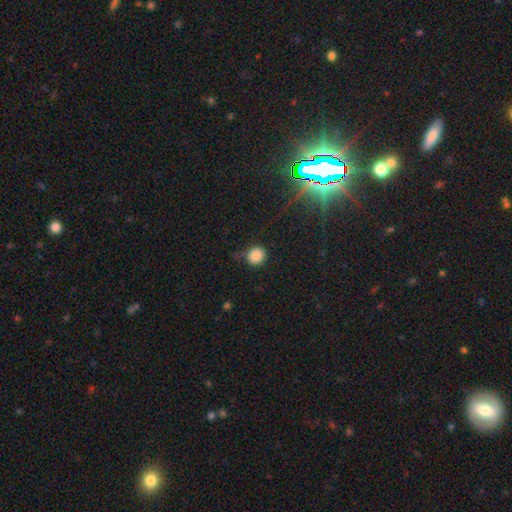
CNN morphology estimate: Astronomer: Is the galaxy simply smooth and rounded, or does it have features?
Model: smooth — 84%.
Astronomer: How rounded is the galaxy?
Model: round — 84%.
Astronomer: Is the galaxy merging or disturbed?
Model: none — 74%.